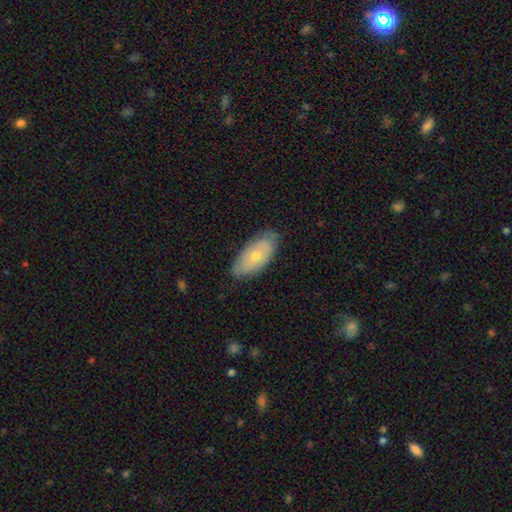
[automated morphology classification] smooth-or-featured: smooth: 50% | featured or disk: 44% | star or artifact: 6%
  merging: none: 73% | minor disturbance: 22% | major disturbance: 4% | merger: 1%